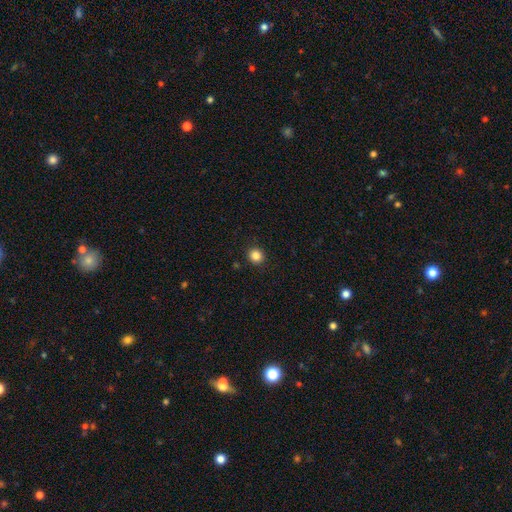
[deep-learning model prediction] This appears to be a smooth galaxy with no disk features (85%) that is round (92%). Merging: none (92%).